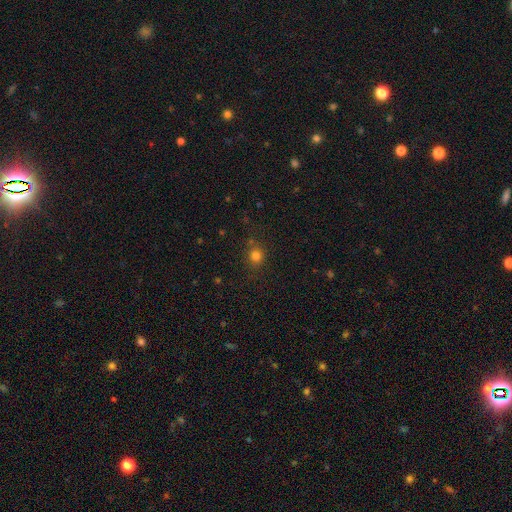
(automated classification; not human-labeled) The model was most divided on "smooth or featured": smooth: 79%, star or artifact: 15%, featured or disk: 6%. More confident: how rounded — round (83%); merging — none (80%).